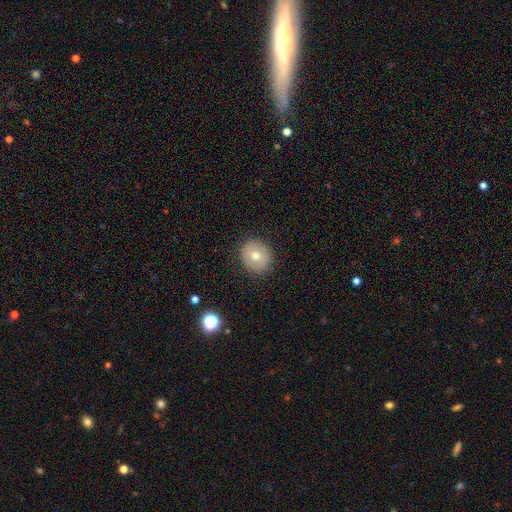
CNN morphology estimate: Smooth or featured? smooth (66%)
How rounded? round (85%)
Merging? none (90%)